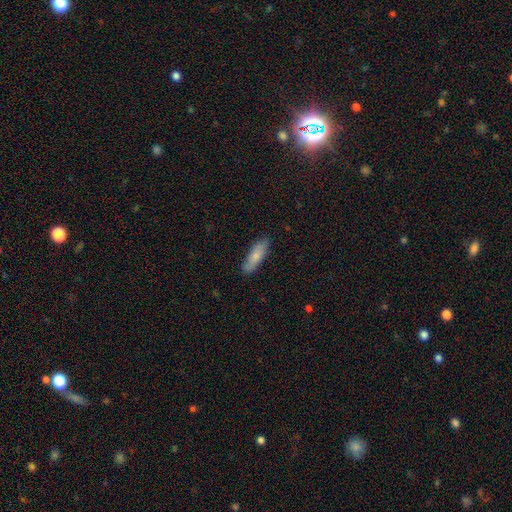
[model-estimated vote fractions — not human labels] A smooth galaxy with no disk features (77%) that is cigar-shaped (56%). Merging: none (85%).